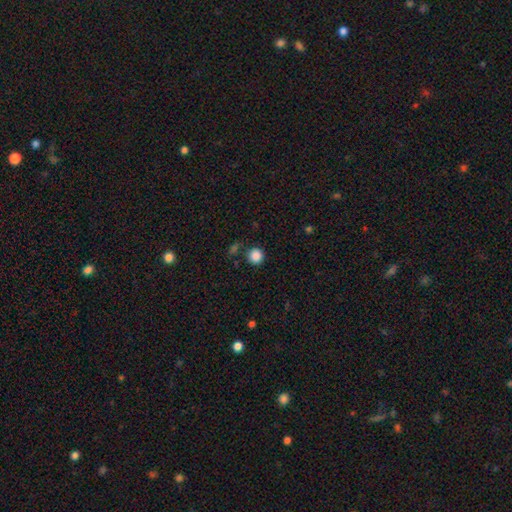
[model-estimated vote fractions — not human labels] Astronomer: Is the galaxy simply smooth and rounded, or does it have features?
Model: smooth — 87%.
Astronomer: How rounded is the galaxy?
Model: round — 94%.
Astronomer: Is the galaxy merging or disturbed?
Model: none — 85%.